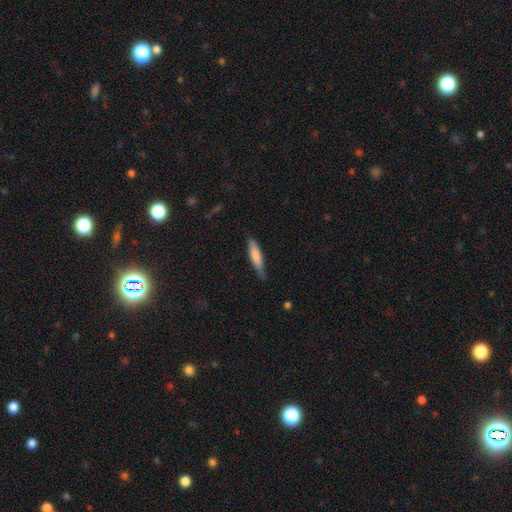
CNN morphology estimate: Smooth or featured? smooth (74%)
How rounded? cigar-shaped (85%)
Merging? none (75%)